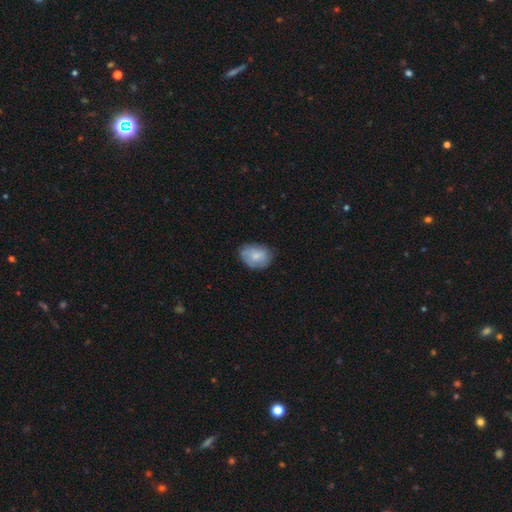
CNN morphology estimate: This is likely a smooth galaxy (75%). How rounded: likely in between (68%). Merging: likely none (69%).